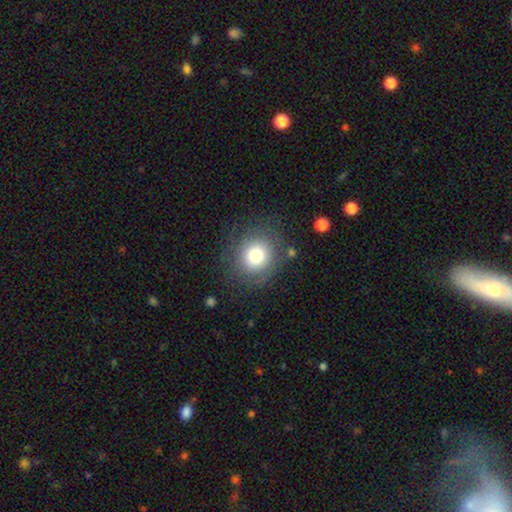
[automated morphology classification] Smooth or featured?
  - smooth: 71% *
  - featured or disk: 18%
  - star or artifact: 11%
How rounded?
  - round: 84% *
  - in between: 15%
  - cigar-shaped: 1%
Merging?
  - none: 78% *
  - minor disturbance: 13%
  - major disturbance: 7%
  - merger: 2%